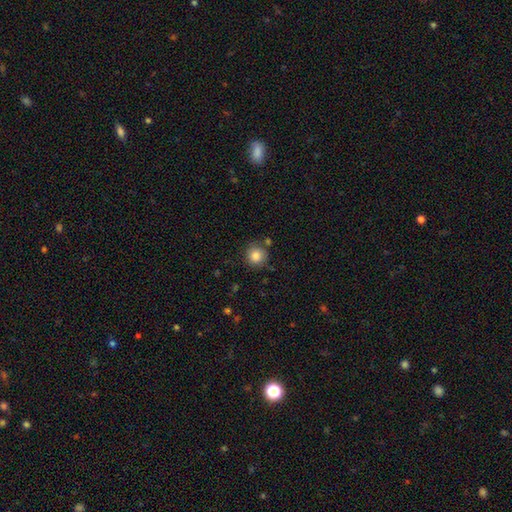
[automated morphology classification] This appears to be a smooth galaxy with no disk features (84%) that is round (93%). Merging: none (80%).